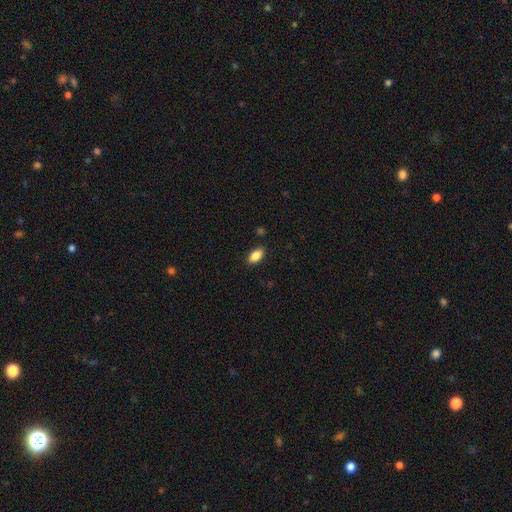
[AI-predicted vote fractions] Smooth or featured? Predicted: smooth (p=0.86). How rounded? Predicted: in between (p=0.91). Merging? Predicted: none (p=0.87).